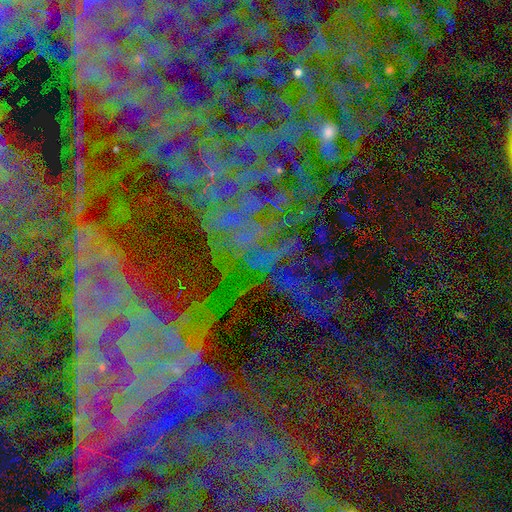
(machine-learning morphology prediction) This appears to be a star or artifact, not a galaxy (85%).